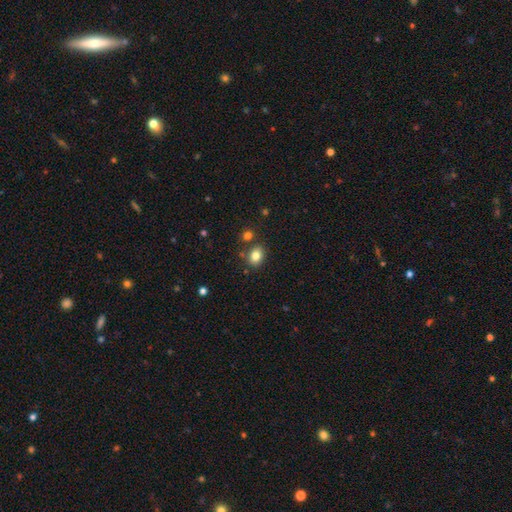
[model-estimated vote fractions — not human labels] Smooth or featured: smooth — 82% (star or artifact — 11%)
How rounded: in between — 61% (round — 38%)
Merging: none — 78% (minor disturbance — 11%)